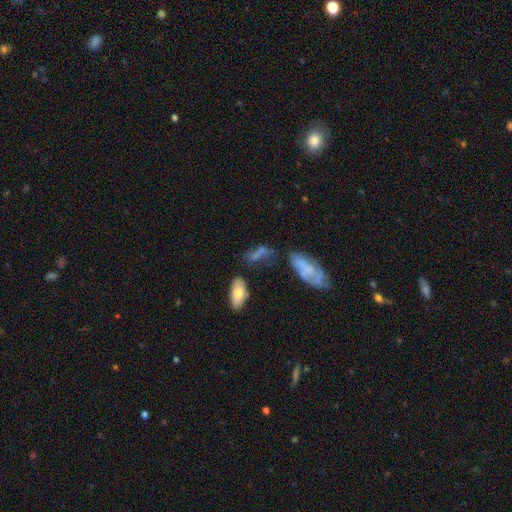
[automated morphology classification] Smooth or featured: smooth — 50% (featured or disk — 34%)
Merging: none — 51% (minor disturbance — 20%)